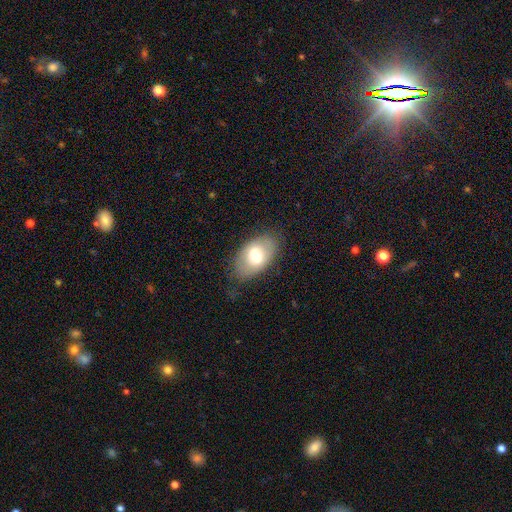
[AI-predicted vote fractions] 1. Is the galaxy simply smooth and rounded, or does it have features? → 68% smooth, 25% featured or disk, 7% star or artifact.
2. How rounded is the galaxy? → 90% in between, 8% round, 1% cigar-shaped.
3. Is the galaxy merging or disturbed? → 77% none, 17% minor disturbance, 6% major disturbance, 1% merger.